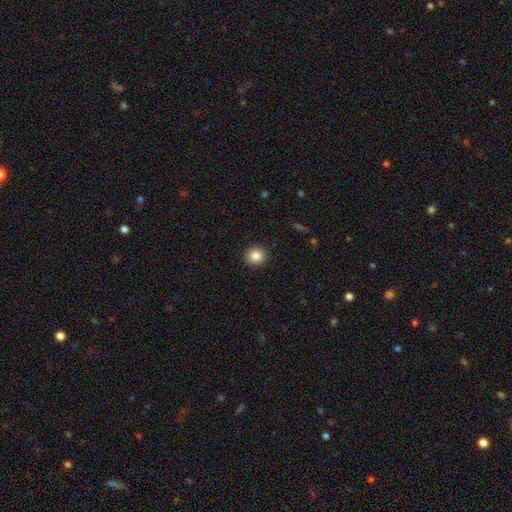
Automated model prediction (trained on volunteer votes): A smooth galaxy with no disk features (85%) that is round (93%).

Vote fractions:
- Smooth or featured? smooth: 85% / star or artifact: 10% / featured or disk: 5%
- How rounded? round: 93% / in between: 6% / cigar-shaped: 1%
- Merging? none: 92% / minor disturbance: 5% / major disturbance: 2% / merger: 1%